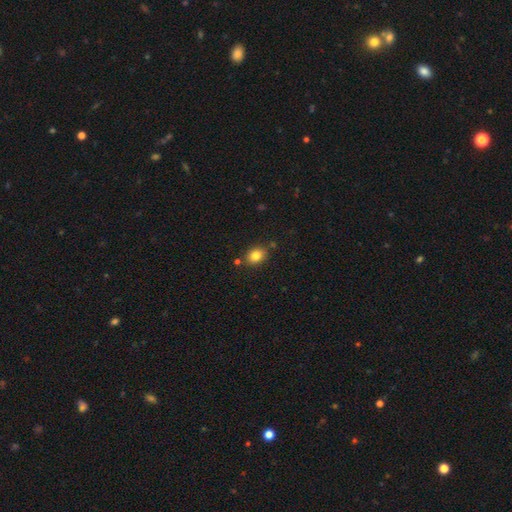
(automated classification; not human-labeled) The model was most divided on "how rounded": in between: 55%, round: 44%, cigar-shaped: 1%. More confident: smooth or featured — smooth (83%); merging — none (80%).